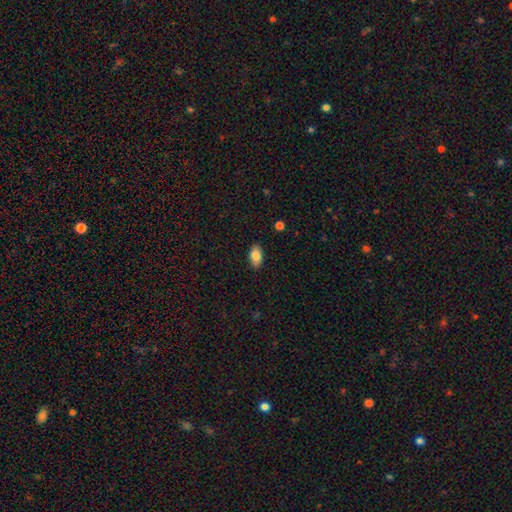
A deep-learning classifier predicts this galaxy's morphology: Smooth or featured: smooth — 84% (featured or disk — 8%)
How rounded: in between — 93% (round — 4%)
Merging: none — 89% (minor disturbance — 8%)